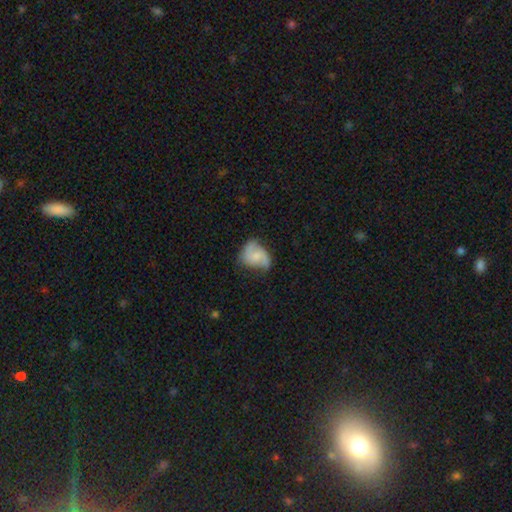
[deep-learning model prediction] Smooth or featured?
  - featured or disk: 52% *
  - smooth: 41%
  - star or artifact: 7%
Edge-on disk?
  - no: 97% *
  - yes: 3%
Bar?
  - no: 68% *
  - weak: 27%
  - strong: 5%
Spiral arms?
  - yes: 83% *
  - no: 17%
Bulge size?
  - small: 51% *
  - moderate: 32%
  - none: 12%
  - large: 3%
  - dominant: 1%
Merging?
  - none: 47% *
  - minor disturbance: 34%
  - major disturbance: 17%
  - merger: 3%